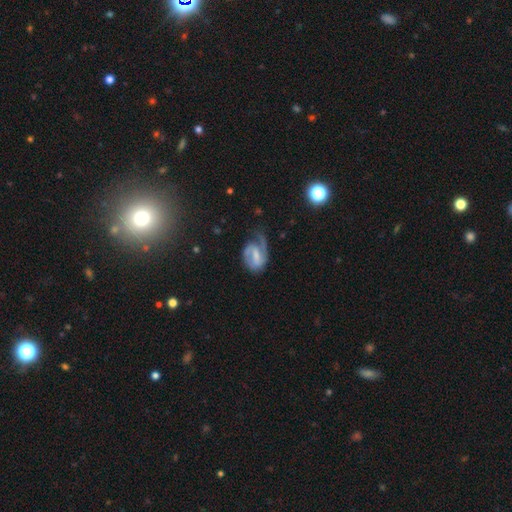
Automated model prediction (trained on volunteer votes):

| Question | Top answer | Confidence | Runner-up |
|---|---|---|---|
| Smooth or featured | featured or disk | 76% | smooth (18%) |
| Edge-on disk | no | 97% | yes (3%) |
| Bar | weak | 48% | strong (31%) |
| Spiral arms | yes | 91% | no (9%) |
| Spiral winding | medium | 45% | tight (32%) |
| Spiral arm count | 2 | 51% | 1 (36%) |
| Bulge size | small | 43% | moderate (32%) |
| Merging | none | 42% | major disturbance (28%) |